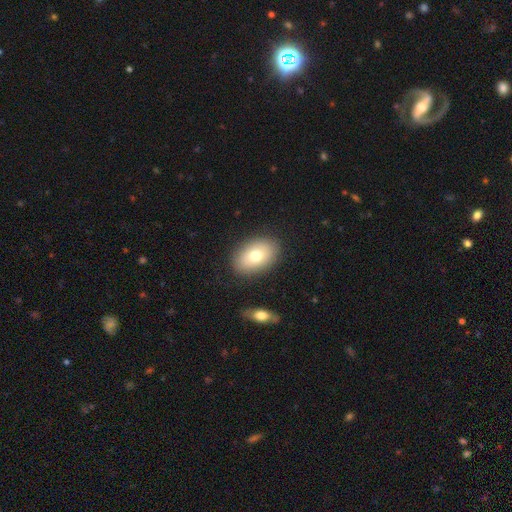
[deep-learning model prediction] The model was most divided on "smooth or featured": smooth: 73%, featured or disk: 19%, star or artifact: 8%. More confident: how rounded — in between (86%); merging — none (86%).